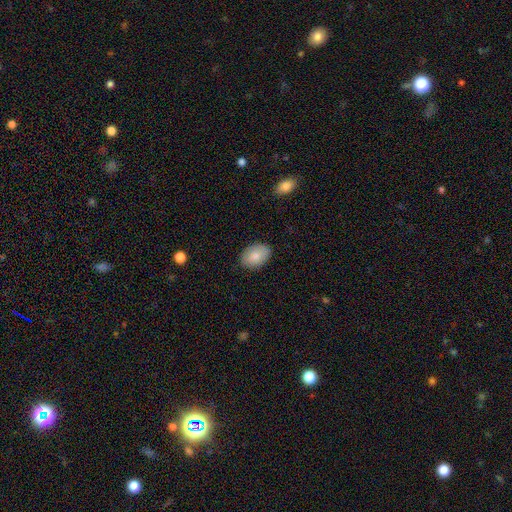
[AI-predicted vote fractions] The model was most divided on "how rounded": in between: 85%, round: 14%, cigar-shaped: 1%. More confident: merging — none (86%); smooth or featured — smooth (85%).